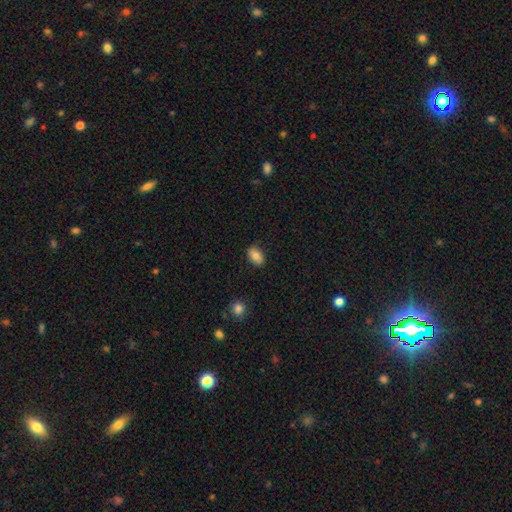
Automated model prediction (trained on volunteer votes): This appears to be a smooth galaxy with no disk features (84%) that is in between round and cigar-shaped (87%). Merging: none (86%).